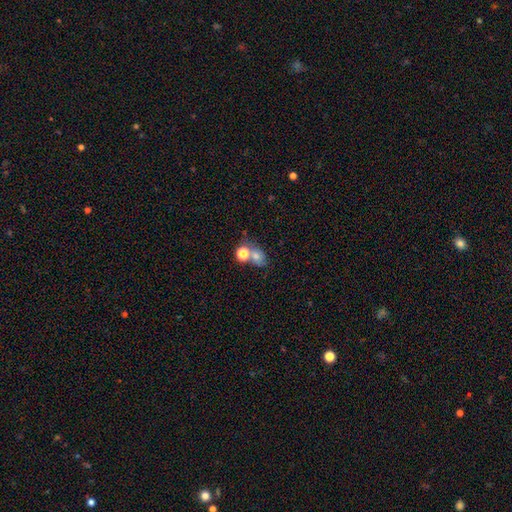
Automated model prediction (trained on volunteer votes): Q: Smooth or featured?
A: smooth (70%); runner-up: star or artifact (16%)
Q: How rounded?
A: round (49%); tied with: in between (49%)
Q: Merging?
A: merger (42%); runner-up: none (40%)